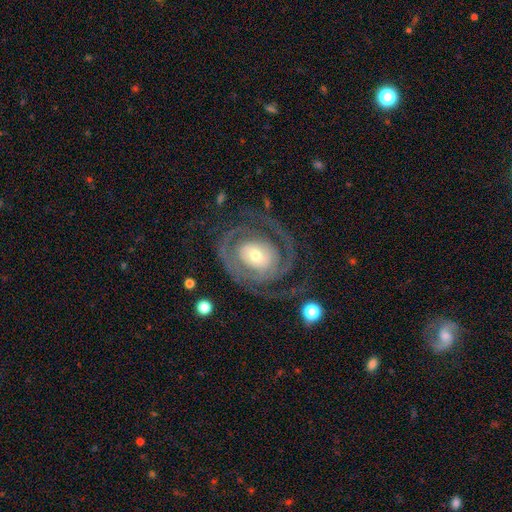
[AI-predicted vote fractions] Overall: featured or disk (86%). Edge-on disk: no (97%). Bar: no (65%). Spiral arms: yes (88%). Spiral arm count: 2 (53%; can't tell 17%). Spiral winding: tight (62%; medium 27%). Bulge size: moderate (47%; small 41%). Merging: none (68%).